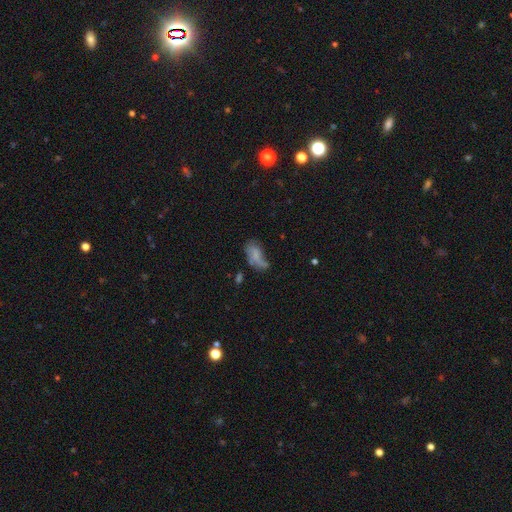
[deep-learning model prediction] Smooth or featured: smooth — 59% (featured or disk — 30%)
How rounded: in between — 87% (cigar-shaped — 9%)
Merging: none — 33% (minor disturbance — 30%)